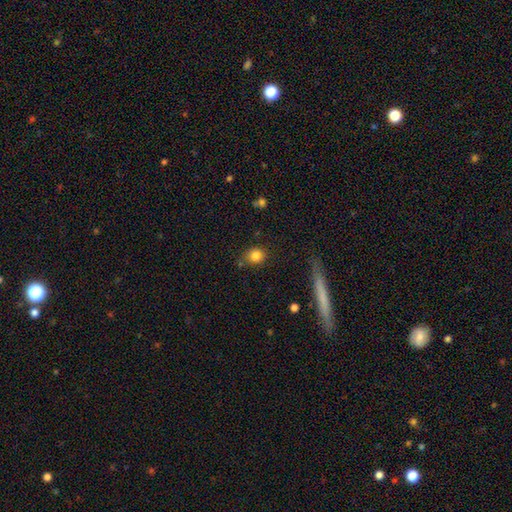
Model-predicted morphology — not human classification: Q: Smooth or featured?
A: smooth (82%); runner-up: star or artifact (11%)
Q: How rounded?
A: round (72%); runner-up: in between (26%)
Q: Merging?
A: none (73%); runner-up: minor disturbance (16%)